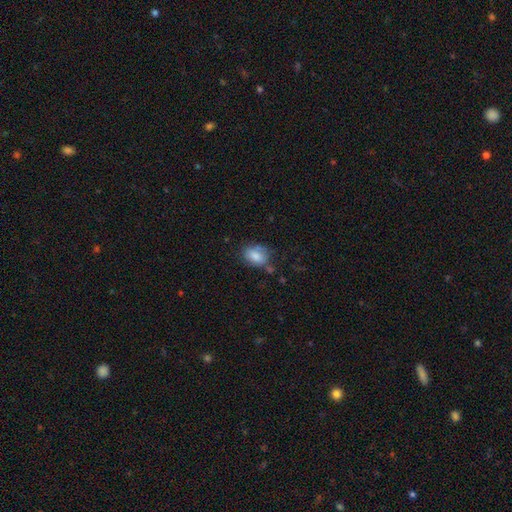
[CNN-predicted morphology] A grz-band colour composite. It shows a smooth galaxy with no disk features (81%) that is in between round and cigar-shaped (80%). Merging: none (60%).